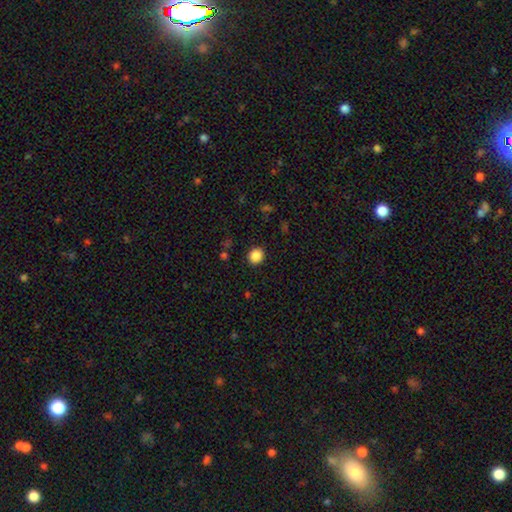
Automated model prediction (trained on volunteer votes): Smooth or featured: smooth — 87% (star or artifact — 10%)
How rounded: round — 81% (in between — 18%)
Merging: none — 91% (minor disturbance — 6%)